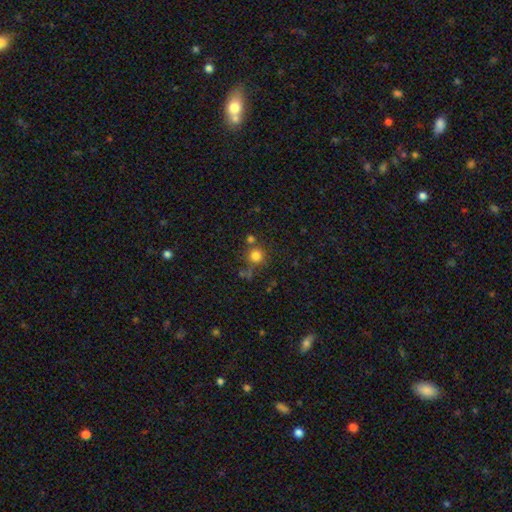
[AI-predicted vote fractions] smooth-or-featured: smooth: 77% | star or artifact: 15% | featured or disk: 8%
  how-rounded: round: 93% | in between: 6% | cigar-shaped: 1%
  merging: none: 68% | merger: 16% | minor disturbance: 10% | major disturbance: 5%